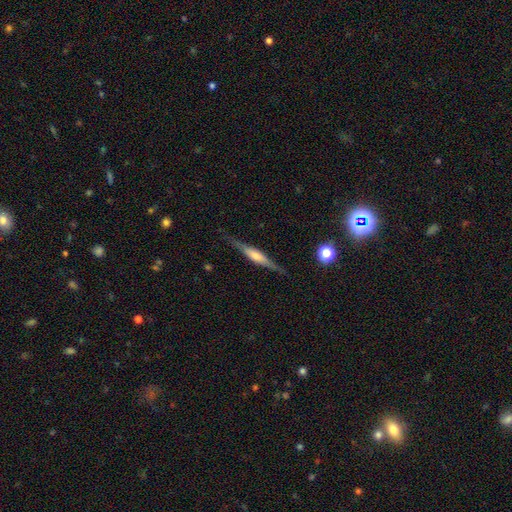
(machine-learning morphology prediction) Smooth or featured?
  - featured or disk: 70% *
  - smooth: 24%
  - star or artifact: 6%
Edge-on disk?
  - yes: 96% *
  - no: 4%
Edge-on bulge?
  - rounded: 63% *
  - boxy: 28%
  - none: 9%
Merging?
  - none: 85% *
  - minor disturbance: 11%
  - major disturbance: 3%
  - merger: 1%